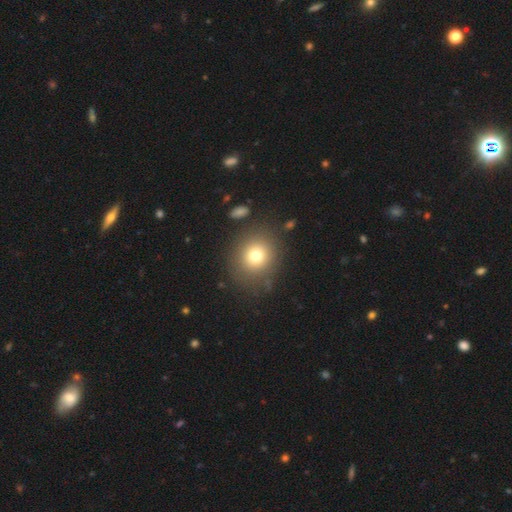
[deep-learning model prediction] smooth_or_featured: smooth (p=0.75) [alt: star or artifact p=0.13]
how_rounded: round (p=0.81) [alt: in between p=0.18]
merging: none (p=0.81) [alt: minor disturbance p=0.10]